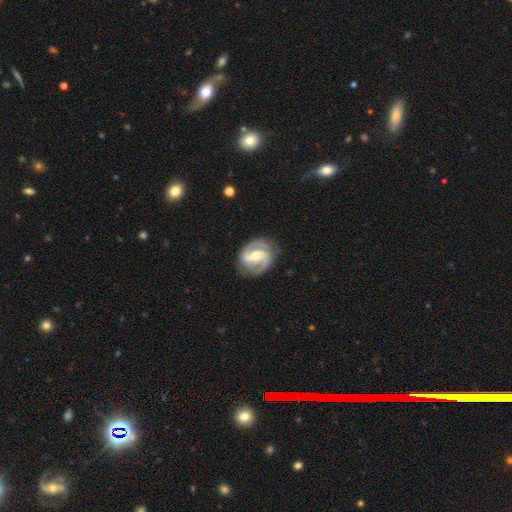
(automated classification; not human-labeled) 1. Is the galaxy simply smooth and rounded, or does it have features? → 84% featured or disk, 12% smooth, 4% star or artifact.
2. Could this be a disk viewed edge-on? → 97% no, 3% yes.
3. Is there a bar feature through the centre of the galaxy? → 43% strong, 39% weak, 17% no.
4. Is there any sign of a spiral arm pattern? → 92% yes, 8% no.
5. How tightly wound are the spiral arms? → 48% medium, 33% tight, 20% loose.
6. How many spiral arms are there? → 89% 2, 5% can't tell, 2% 1, 2% 3, 1% 4, 1% more than 4.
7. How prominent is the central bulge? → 65% moderate, 29% small, 4% large, 1% none, 1% dominant.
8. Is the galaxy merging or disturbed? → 81% none, 13% minor disturbance, 5% major disturbance, 1% merger.